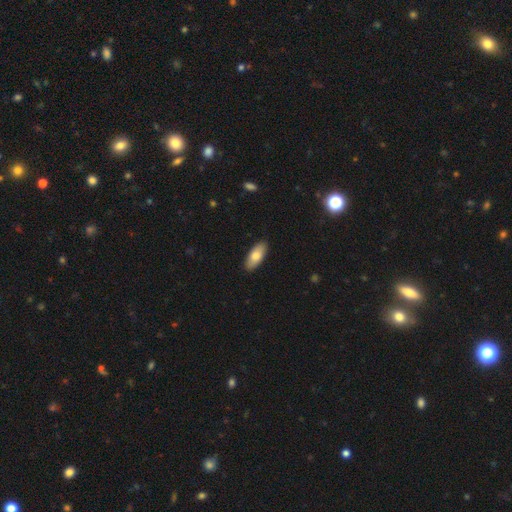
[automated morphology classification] A smooth galaxy with no disk features (77%) that is in between round and cigar-shaped (85%). Merging: none (89%).